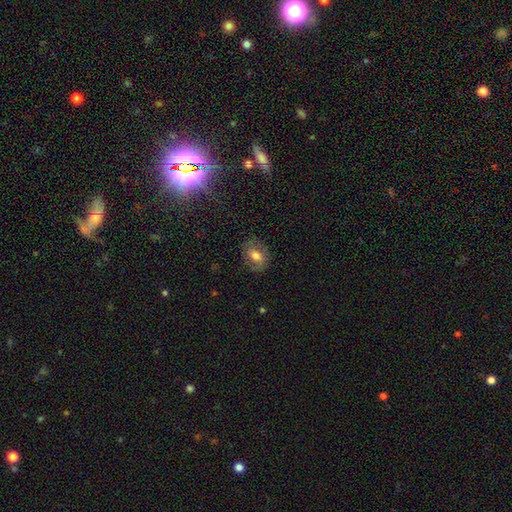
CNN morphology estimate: smooth-or-featured: smooth: 59% | featured or disk: 32% | star or artifact: 9%
  how-rounded: in between: 69% | round: 29% | cigar-shaped: 1%
  merging: none: 78% | minor disturbance: 16% | major disturbance: 6% | merger: 1%